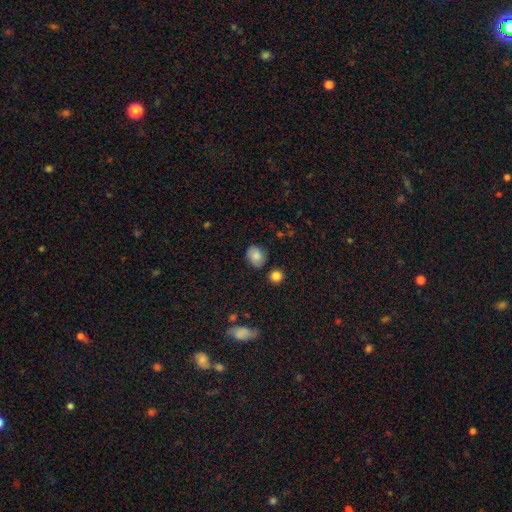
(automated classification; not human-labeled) Smooth or featured? Predicted: smooth (p=0.80). How rounded? Predicted: in between (p=0.51). Merging? Predicted: none (p=0.76).